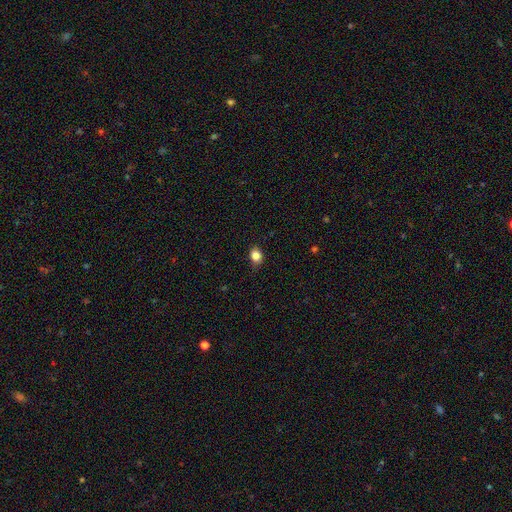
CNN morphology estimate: Smooth or featured?
  - smooth: 84% *
  - star or artifact: 11%
  - featured or disk: 6%
How rounded?
  - in between: 50% *
  - round: 49%
  - cigar-shaped: 1%
Merging?
  - none: 82% *
  - minor disturbance: 15%
  - major disturbance: 3%
  - merger: 1%